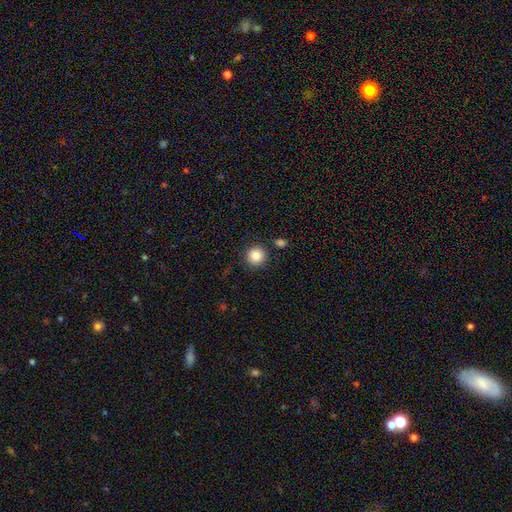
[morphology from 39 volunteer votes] A smooth galaxy with no disk features (87%) that is round (94%). Merging: none (89%).